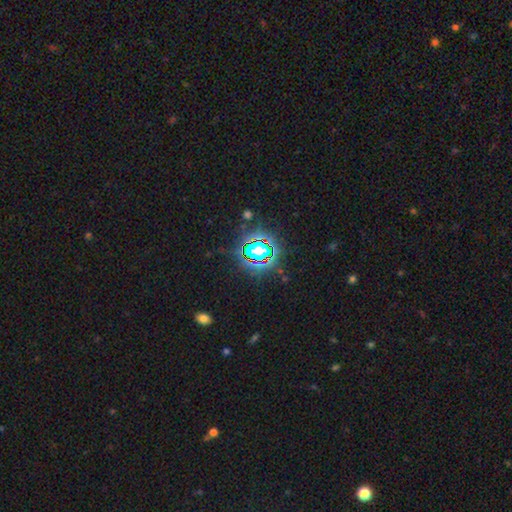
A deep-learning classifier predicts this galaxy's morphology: Q: Smooth or featured?
A: star or artifact (74%); runner-up: smooth (15%)